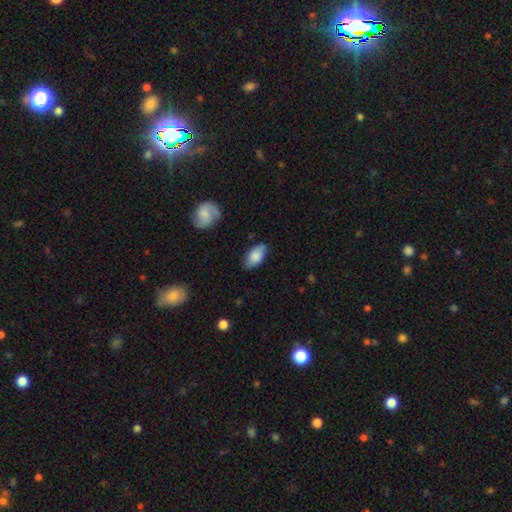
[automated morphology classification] Smooth or featured: smooth — 77% (featured or disk — 16%)
How rounded: in between — 92% (cigar-shaped — 4%)
Merging: none — 76% (minor disturbance — 19%)